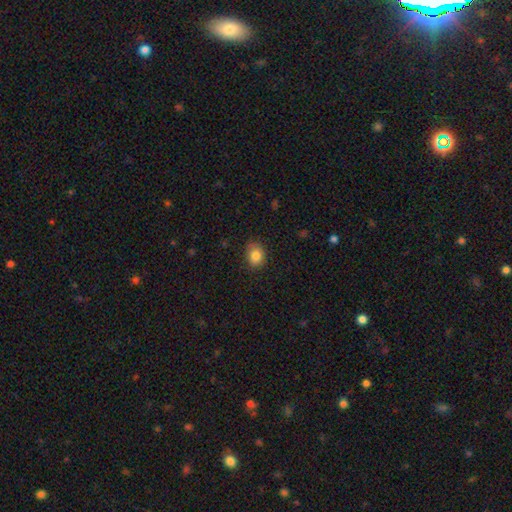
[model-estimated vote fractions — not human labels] smooth 84%, star or artifact 9%, featured or disk 7%. Down the decision tree: how rounded — round (50%); merging — none (77%).